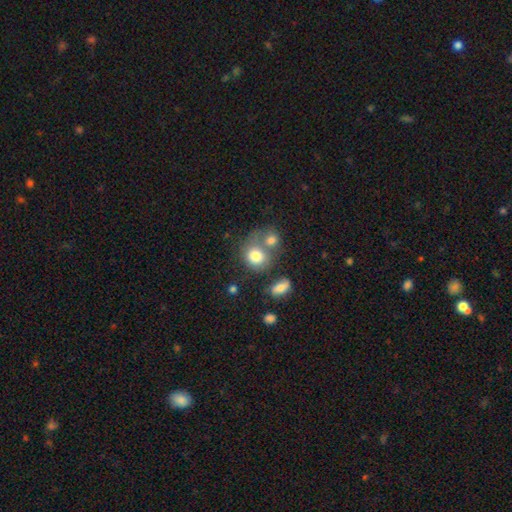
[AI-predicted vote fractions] This appears to be a smooth galaxy with no disk features (77%) that is round (69%). Merging: merger (45%).